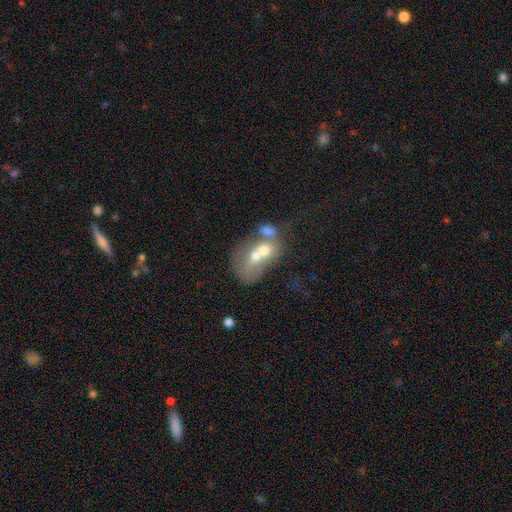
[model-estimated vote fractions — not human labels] This appears to be a smooth galaxy with no disk features (52%) that is in between round and cigar-shaped (65%). Merging: merger (73%).